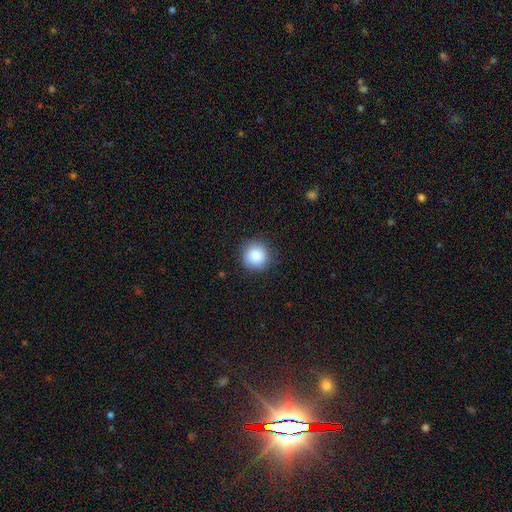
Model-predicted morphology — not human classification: Q: Smooth or featured?
A: smooth (87%); runner-up: star or artifact (9%)
Q: How rounded?
A: round (93%); runner-up: in between (6%)
Q: Merging?
A: none (87%); runner-up: minor disturbance (10%)